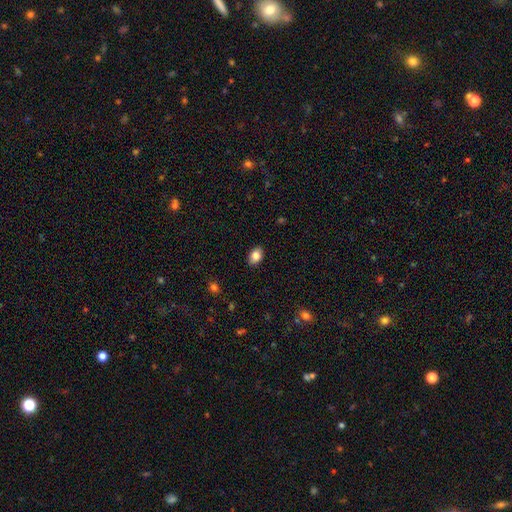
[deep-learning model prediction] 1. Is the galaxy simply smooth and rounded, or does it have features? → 83% smooth, 9% featured or disk, 8% star or artifact.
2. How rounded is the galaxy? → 85% in between, 14% round, 1% cigar-shaped.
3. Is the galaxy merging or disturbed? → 88% none, 9% minor disturbance, 2% major disturbance, 1% merger.